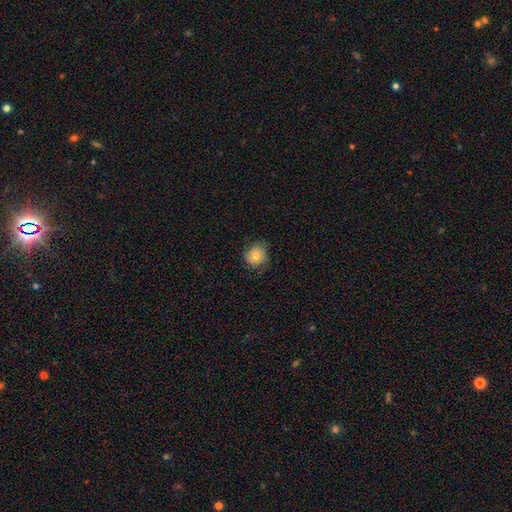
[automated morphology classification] This is likely a smooth galaxy (76%). How rounded: clearly round (82%). Merging: likely none (72%).